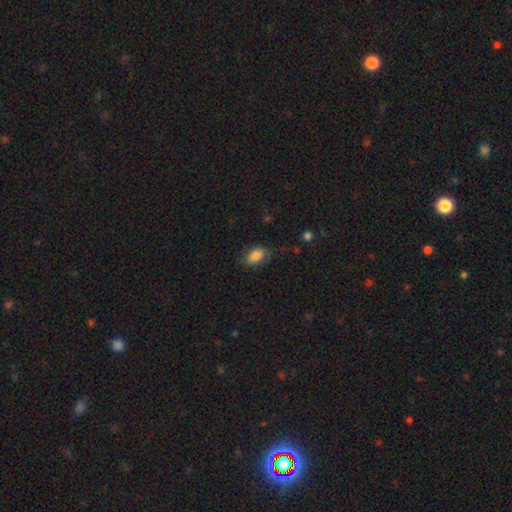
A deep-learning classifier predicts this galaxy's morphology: smooth-or-featured: smooth: 77% | featured or disk: 15% | star or artifact: 8%
  how-rounded: in between: 90% | round: 7% | cigar-shaped: 3%
  merging: none: 62% | minor disturbance: 25% | major disturbance: 12% | merger: 2%